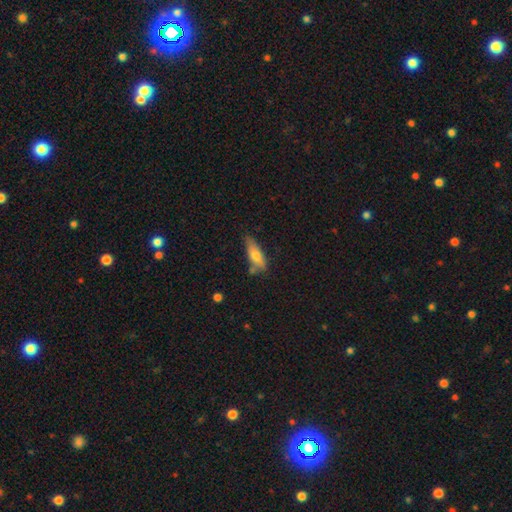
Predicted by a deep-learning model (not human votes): smooth-or-featured: smooth: 68% | featured or disk: 25% | star or artifact: 7%
  how-rounded: in between: 52% | cigar-shaped: 45% | round: 2%
  merging: none: 57% | minor disturbance: 27% | merger: 9% | major disturbance: 6%